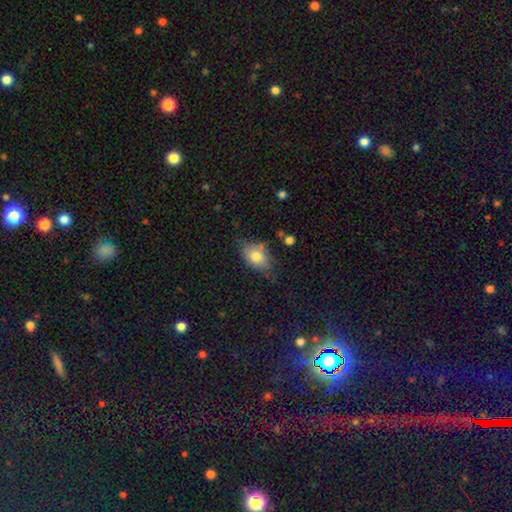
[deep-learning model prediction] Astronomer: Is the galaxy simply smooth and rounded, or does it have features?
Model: smooth — 79%.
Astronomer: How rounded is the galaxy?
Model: in between — 83%.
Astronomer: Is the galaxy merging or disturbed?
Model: none — 62%.